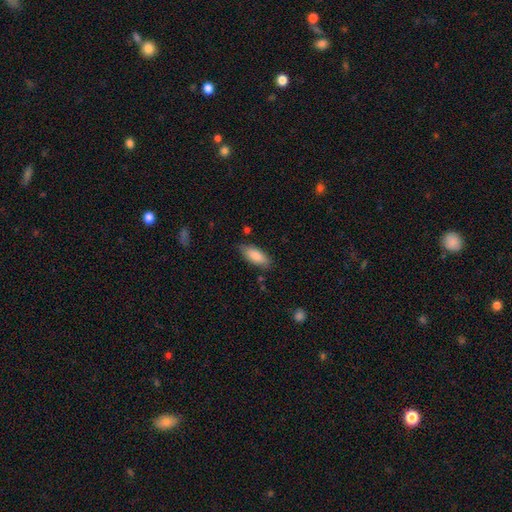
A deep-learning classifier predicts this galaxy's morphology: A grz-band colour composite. It shows a smooth galaxy with no disk features (85%) that is in between round and cigar-shaped (81%). Merging: none (79%).